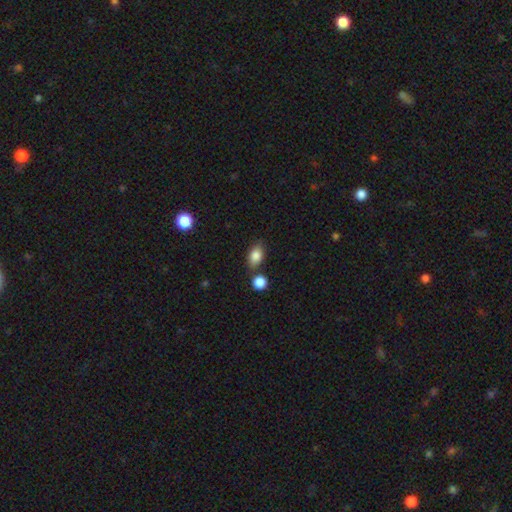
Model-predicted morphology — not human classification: Smooth or featured? Predicted: smooth (p=0.84). How rounded? Predicted: in between (p=0.85). Merging? Predicted: none (p=0.71).